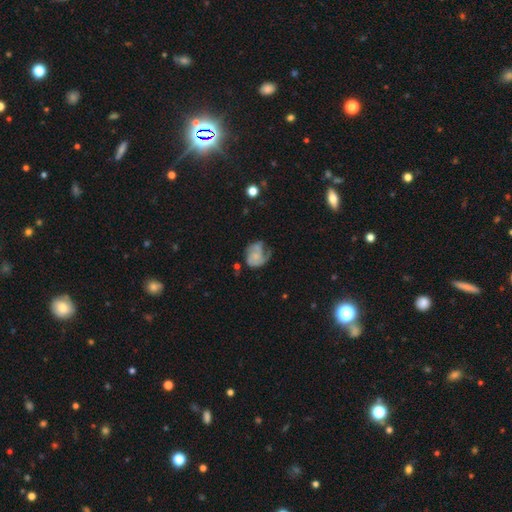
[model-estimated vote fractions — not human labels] A featured or disk galaxy (62%) with no bar (77%), 2 (37%) medium (41%) spiral arms (84%) and a small central bulge (49%).

Vote fractions:
- Smooth or featured? featured or disk: 62% / smooth: 30% / star or artifact: 8%
- Edge-on disk? no: 98% / yes: 2%
- Bar? no: 77% / weak: 19% / strong: 3%
- Spiral arms? yes: 84% / no: 16%
- Spiral winding? medium: 41% / tight: 36% / loose: 23%
- Spiral arm count? 2: 37% / can't tell: 23% / 3: 18% / 1: 15% / 4: 4% / more than 4: 3%
- Bulge size? small: 49% / none: 29% / moderate: 17% / large: 3% / dominant: 1%
- Merging? none: 41% / minor disturbance: 28% / major disturbance: 28% / merger: 3%